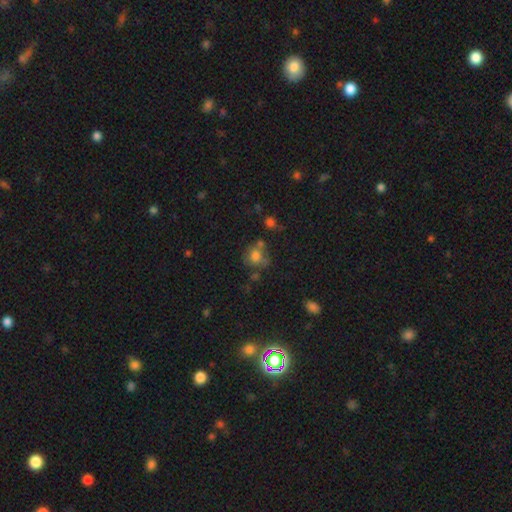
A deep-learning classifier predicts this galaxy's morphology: Overall: smooth (71%). How rounded: round (76%). Merging: none (51%; merger 21%).